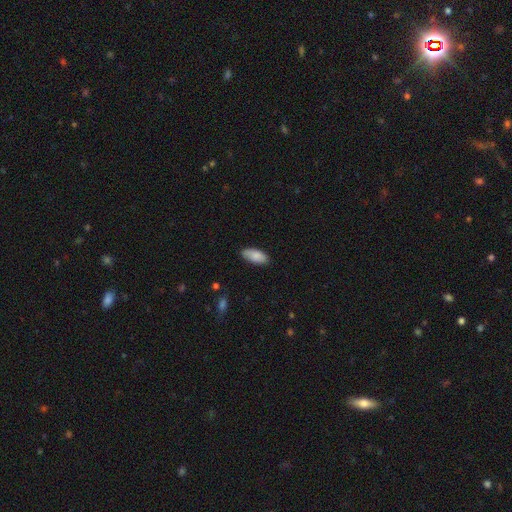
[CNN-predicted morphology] smooth 85%, featured or disk 8%, star or artifact 6%. Down the decision tree: how rounded — in between (87%); merging — none (82%).